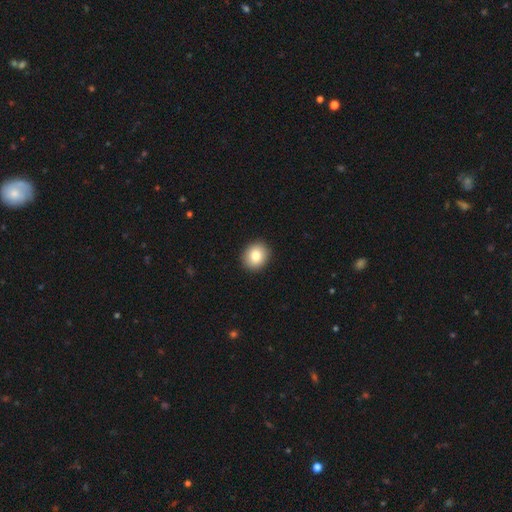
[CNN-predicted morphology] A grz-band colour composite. It shows a smooth galaxy with no disk features (83%) that is round (77%). Merging: none (92%).